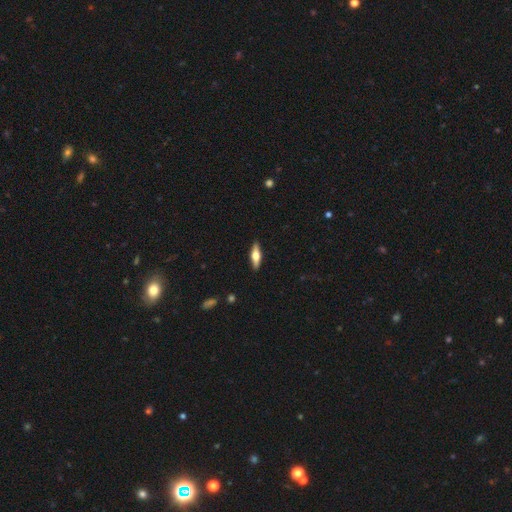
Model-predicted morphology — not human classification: Smooth or featured? featured or disk (52%)
Edge-on disk? yes (93%)
Merging? none (89%)